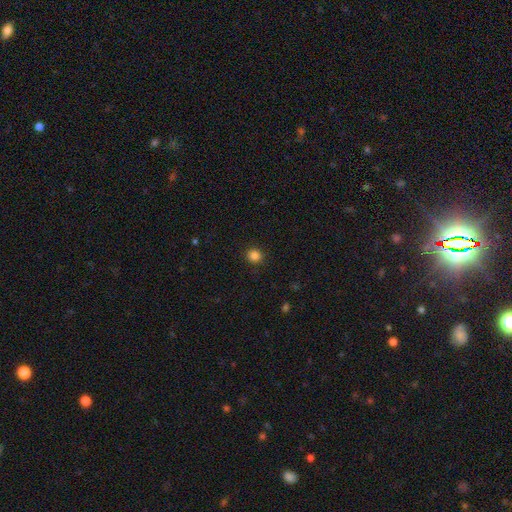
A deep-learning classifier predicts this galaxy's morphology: Smooth or featured: smooth — 85% (star or artifact — 12%)
How rounded: round — 92% (in between — 7%)
Merging: none — 91% (minor disturbance — 5%)